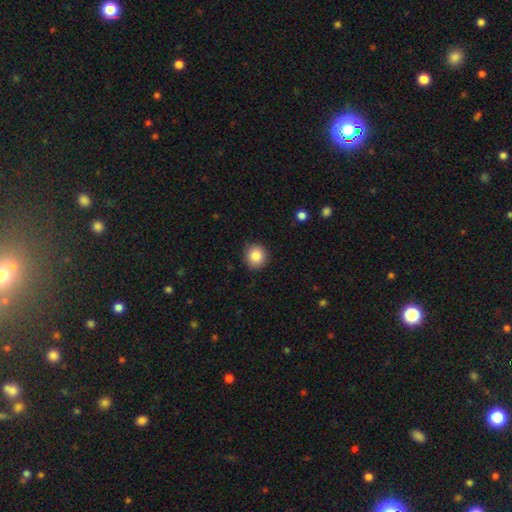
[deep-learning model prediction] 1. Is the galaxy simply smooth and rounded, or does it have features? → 85% smooth, 9% star or artifact, 6% featured or disk.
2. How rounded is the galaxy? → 91% round, 8% in between, 1% cigar-shaped.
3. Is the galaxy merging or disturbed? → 89% none, 8% minor disturbance, 2% major disturbance, 1% merger.